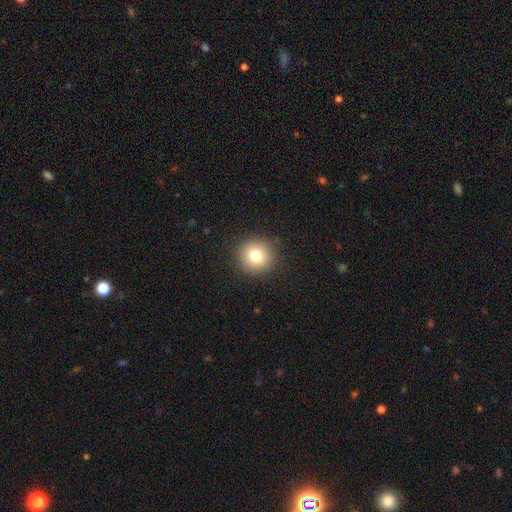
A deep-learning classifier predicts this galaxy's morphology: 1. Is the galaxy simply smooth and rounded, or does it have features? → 78% smooth, 12% star or artifact, 10% featured or disk.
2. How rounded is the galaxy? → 93% round, 6% in between, 1% cigar-shaped.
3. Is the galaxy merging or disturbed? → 90% none, 7% minor disturbance, 2% major disturbance, 1% merger.